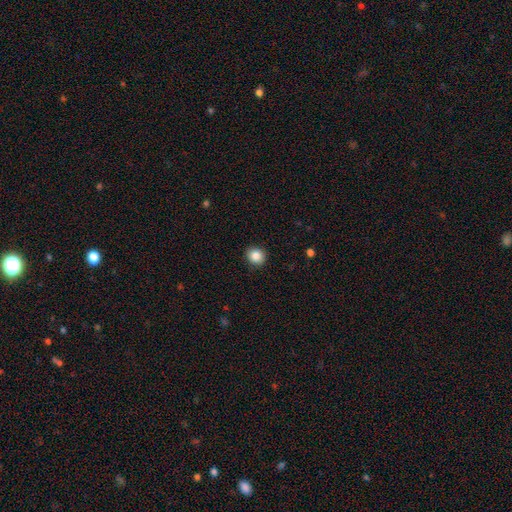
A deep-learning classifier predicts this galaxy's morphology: A smooth galaxy with no disk features (86%) that is round (82%).

Vote fractions:
- Smooth or featured? smooth: 86% / star or artifact: 9% / featured or disk: 5%
- How rounded? round: 82% / in between: 17% / cigar-shaped: 1%
- Merging? none: 90% / minor disturbance: 7% / major disturbance: 2% / merger: 1%